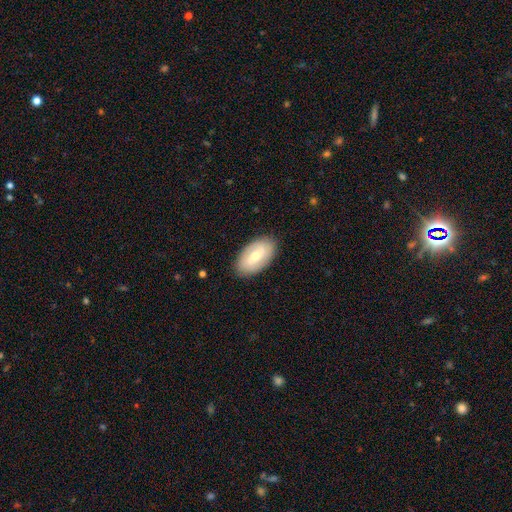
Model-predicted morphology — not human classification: type=featured or disk (48%); merging=none (87%).